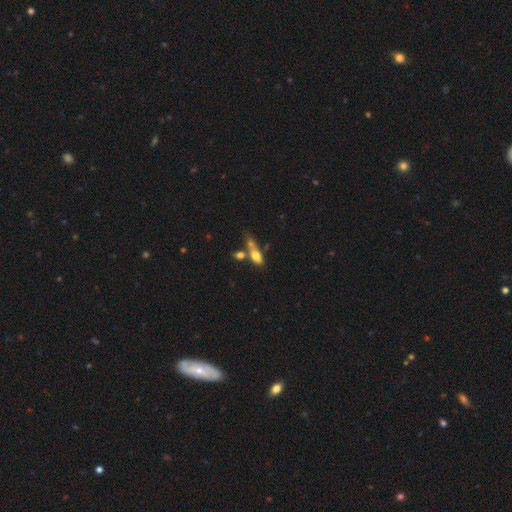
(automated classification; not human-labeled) smooth 69%, featured or disk 21%, star or artifact 10%. Down the decision tree: how rounded — in between (74%); merging — merger (47%).